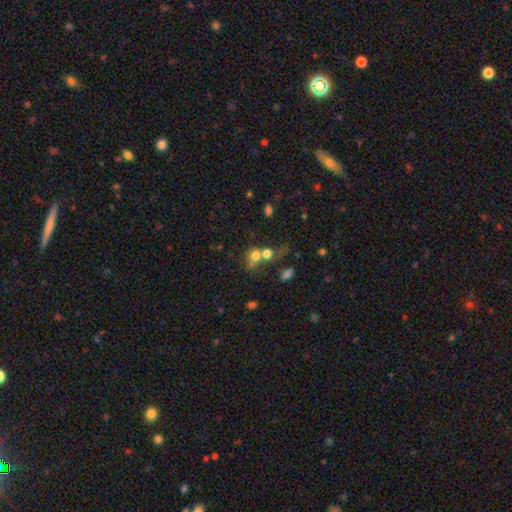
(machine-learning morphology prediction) type=smooth (71%); roundness=round (69%); merging=merger (58%).